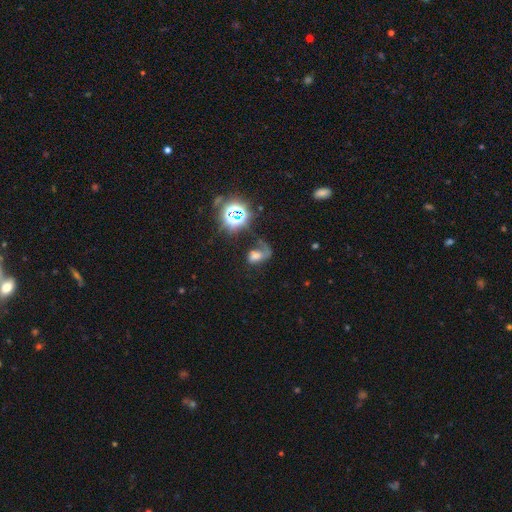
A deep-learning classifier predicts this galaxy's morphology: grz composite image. It shows a featured or disk galaxy (42%). Merging: major disturbance (47%).